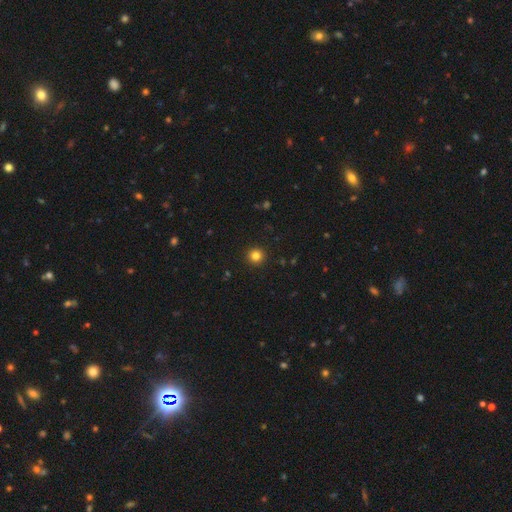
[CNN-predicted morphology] A smooth galaxy with no disk features (82%) that is round (95%). Merging: none (93%).